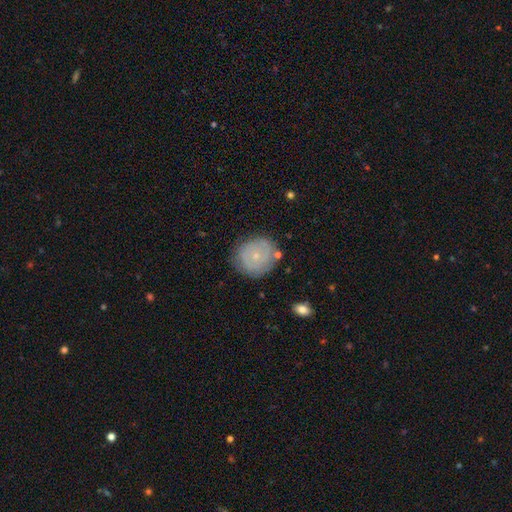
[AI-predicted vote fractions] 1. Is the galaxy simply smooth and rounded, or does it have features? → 49% featured or disk, 43% smooth, 8% star or artifact.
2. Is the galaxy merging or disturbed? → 75% none, 17% minor disturbance, 5% major disturbance, 3% merger.